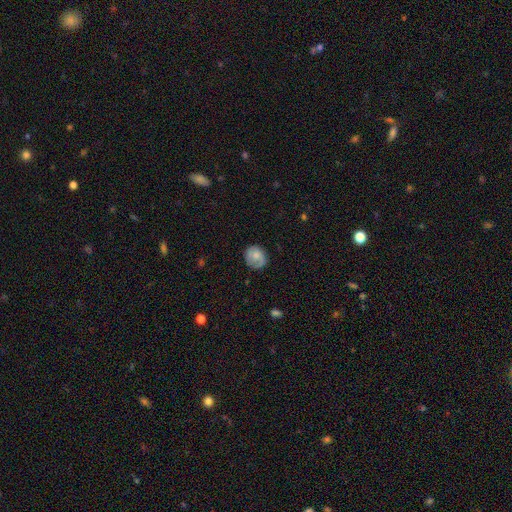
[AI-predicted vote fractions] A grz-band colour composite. It shows a smooth galaxy with no disk features (64%) that is round (70%). Merging: none (65%).